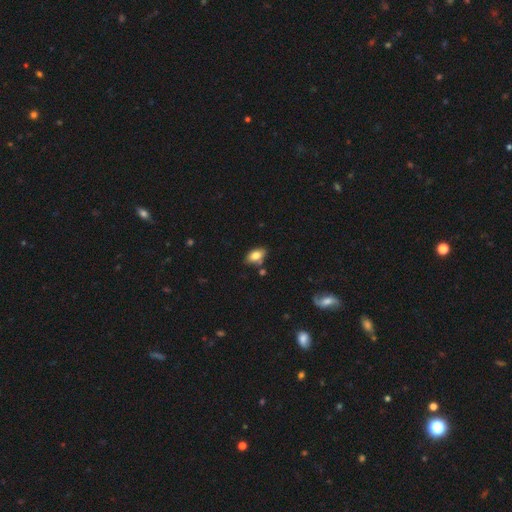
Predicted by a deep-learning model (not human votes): Smooth or featured? Predicted: smooth (p=0.80). How rounded? Predicted: in between (p=0.91). Merging? Predicted: none (p=0.72).